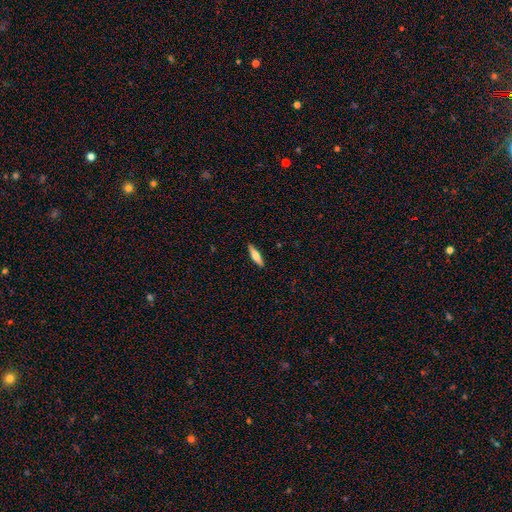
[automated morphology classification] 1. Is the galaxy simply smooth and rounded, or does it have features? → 55% smooth, 39% featured or disk, 6% star or artifact.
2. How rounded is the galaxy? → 71% cigar-shaped, 27% in between, 2% round.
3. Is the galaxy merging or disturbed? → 90% none, 7% minor disturbance, 2% major disturbance, 1% merger.